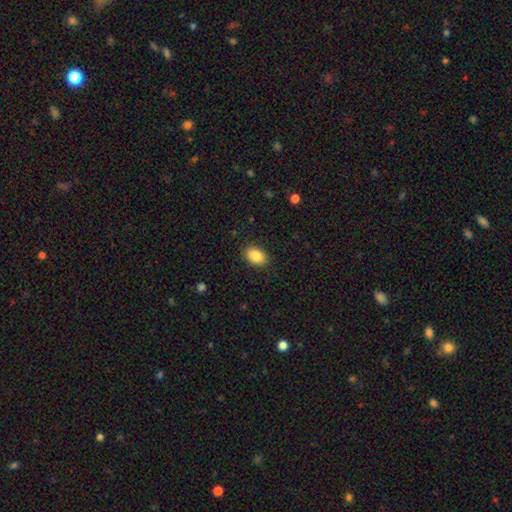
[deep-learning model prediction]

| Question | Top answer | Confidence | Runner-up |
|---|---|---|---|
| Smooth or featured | smooth | 88% | star or artifact (8%) |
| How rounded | in between | 86% | round (13%) |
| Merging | none | 89% | minor disturbance (8%) |